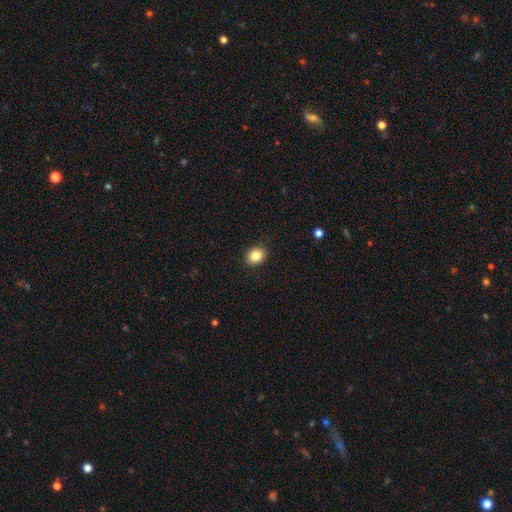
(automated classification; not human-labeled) A smooth galaxy with no disk features (84%) that is round (58%).

Vote fractions:
- Smooth or featured? smooth: 84% / star or artifact: 10% / featured or disk: 6%
- How rounded? round: 58% / in between: 41% / cigar-shaped: 1%
- Merging? none: 90% / minor disturbance: 7% / major disturbance: 2% / merger: 1%